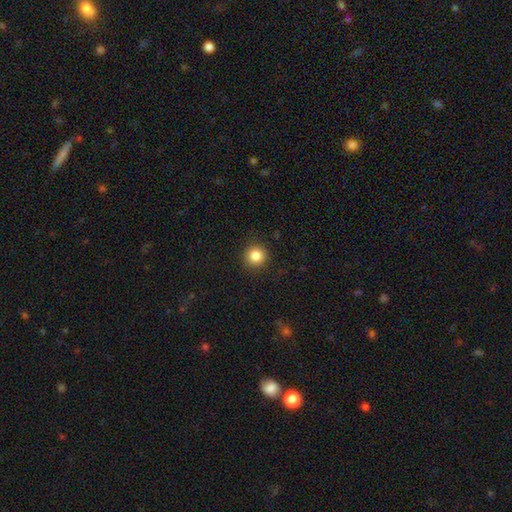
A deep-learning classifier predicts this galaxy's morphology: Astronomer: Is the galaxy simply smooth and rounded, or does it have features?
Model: smooth — 85%.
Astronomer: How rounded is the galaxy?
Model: round — 94%.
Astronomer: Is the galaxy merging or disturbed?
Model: none — 91%.